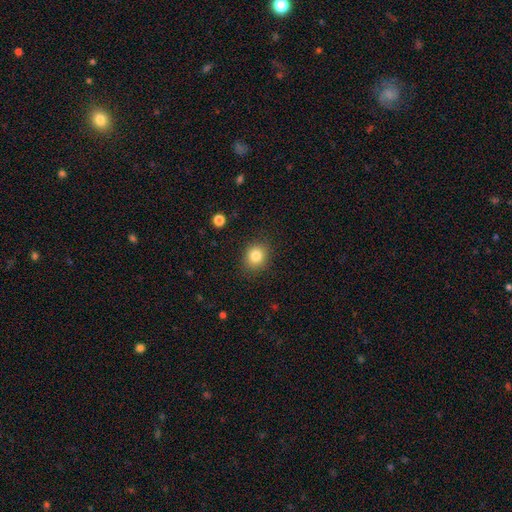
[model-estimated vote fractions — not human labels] Smooth or featured?
  - smooth: 83% *
  - star or artifact: 11%
  - featured or disk: 7%
How rounded?
  - round: 73% *
  - in between: 26%
  - cigar-shaped: 1%
Merging?
  - none: 88% *
  - minor disturbance: 9%
  - major disturbance: 3%
  - merger: 1%